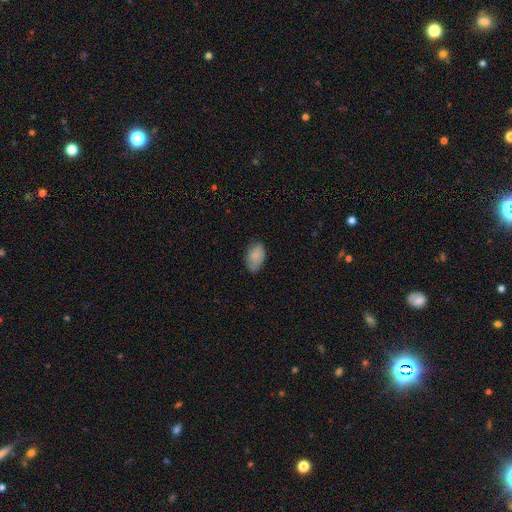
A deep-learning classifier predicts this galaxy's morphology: This is clearly a smooth galaxy (85%). How rounded: clearly in between (91%). Merging: likely none (71%).